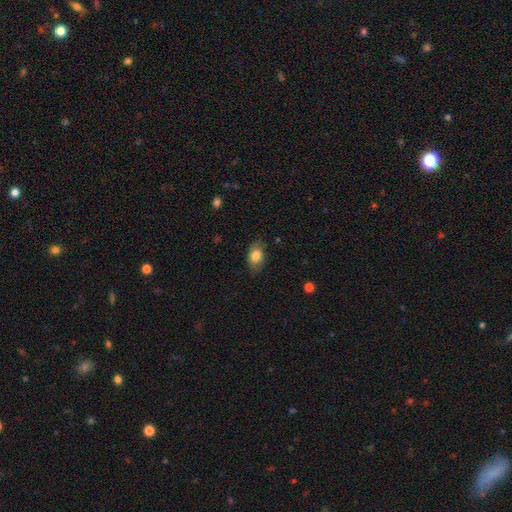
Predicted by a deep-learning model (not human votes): smooth 78%, featured or disk 14%, star or artifact 7%. Down the decision tree: how rounded — in between (89%); merging — none (76%).